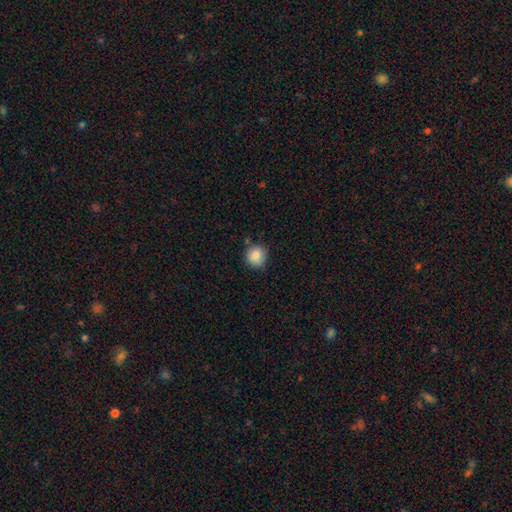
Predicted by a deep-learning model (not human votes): Smooth or featured?
  - smooth: 87% *
  - star or artifact: 9%
  - featured or disk: 4%
How rounded?
  - round: 89% *
  - in between: 10%
  - cigar-shaped: 1%
Merging?
  - none: 76% *
  - minor disturbance: 18%
  - merger: 3%
  - major disturbance: 3%